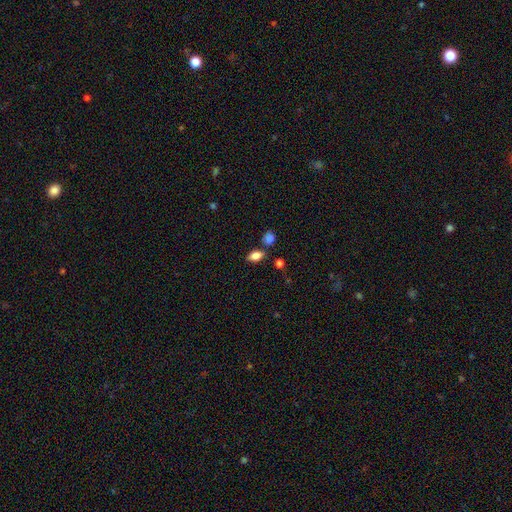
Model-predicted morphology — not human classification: smooth_or_featured: smooth (p=0.83) [alt: star or artifact p=0.09]
how_rounded: in between (p=0.87) [alt: round p=0.09]
merging: none (p=0.75) [alt: minor disturbance p=0.13]